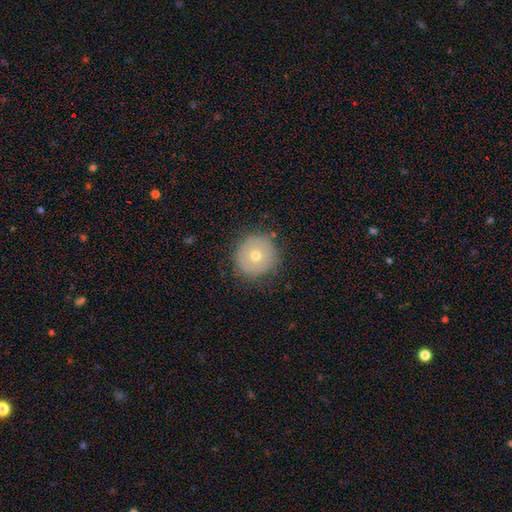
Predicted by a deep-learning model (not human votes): Q: Smooth or featured?
A: smooth (62%); runner-up: featured or disk (28%)
Q: How rounded?
A: round (94%); runner-up: in between (5%)
Q: Merging?
A: none (85%); runner-up: minor disturbance (11%)